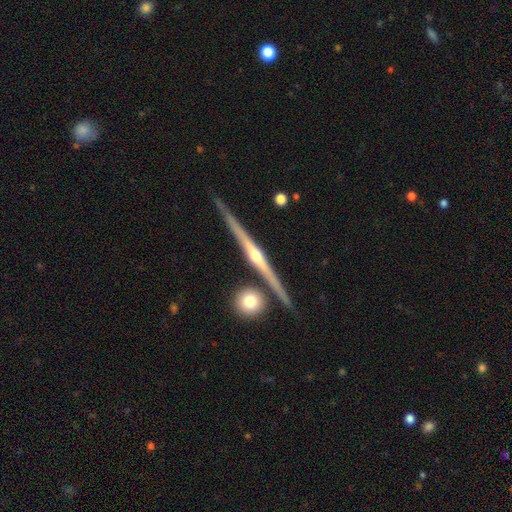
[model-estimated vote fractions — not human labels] This appears to be a featured or disk galaxy (85%) viewed edge-on (98%) with a rounded central bulge (89%). Merging: none (86%).